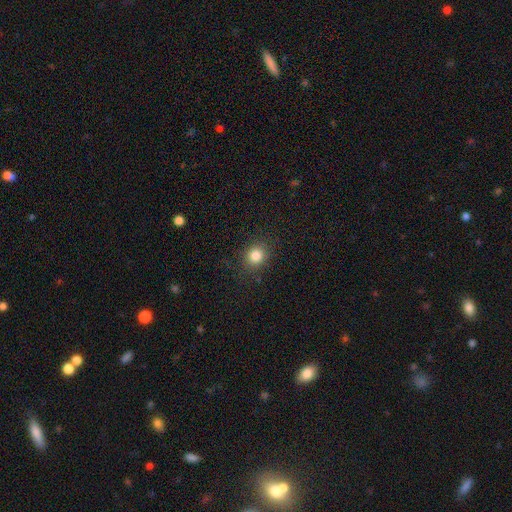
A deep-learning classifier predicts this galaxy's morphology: Q: Smooth or featured?
A: smooth (83%); runner-up: star or artifact (12%)
Q: How rounded?
A: round (77%); runner-up: in between (22%)
Q: Merging?
A: none (87%); runner-up: minor disturbance (9%)